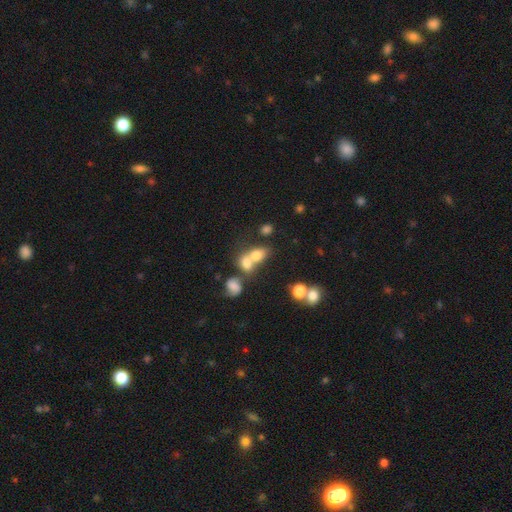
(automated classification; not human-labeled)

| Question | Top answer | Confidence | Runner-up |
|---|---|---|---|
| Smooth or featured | smooth | 71% | featured or disk (16%) |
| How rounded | in between | 62% | round (36%) |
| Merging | merger | 57% | none (28%) |